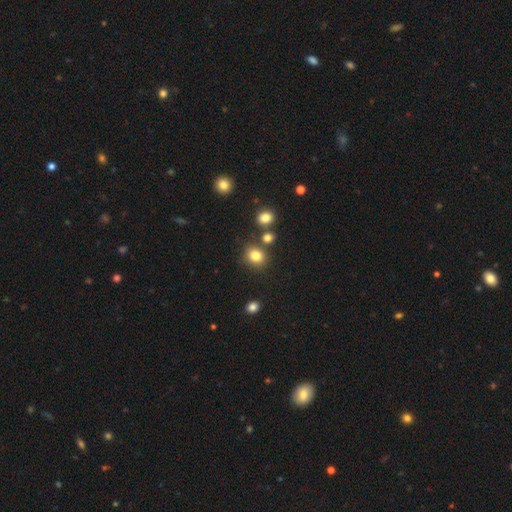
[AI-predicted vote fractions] A smooth galaxy with no disk features (81%) that is round (73%). Merging: none (75%).